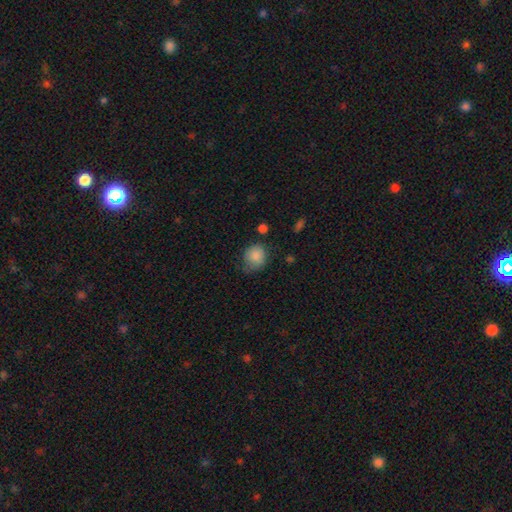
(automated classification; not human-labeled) Smooth or featured?
  - smooth: 86% *
  - star or artifact: 8%
  - featured or disk: 6%
How rounded?
  - round: 74% *
  - in between: 25%
  - cigar-shaped: 1%
Merging?
  - none: 59% *
  - minor disturbance: 30%
  - major disturbance: 8%
  - merger: 3%